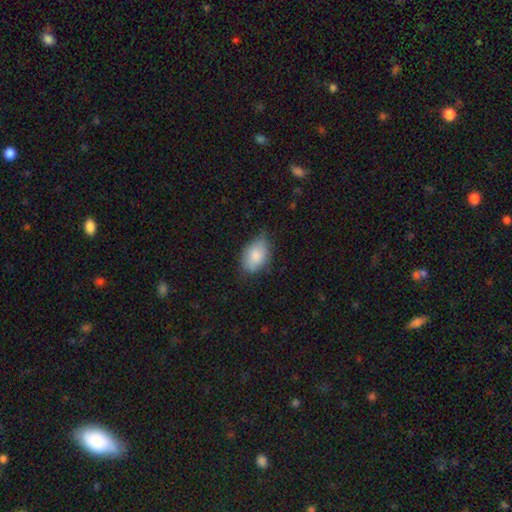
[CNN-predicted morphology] The model was most divided on "merging": none: 68%, minor disturbance: 26%, major disturbance: 5%, merger: 1%. More confident: how rounded — in between (89%); smooth or featured — smooth (84%).